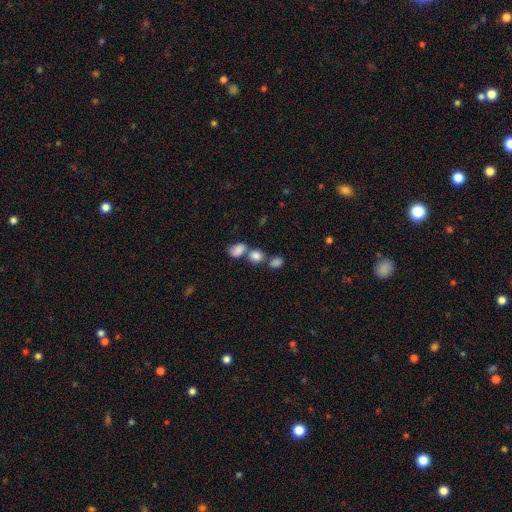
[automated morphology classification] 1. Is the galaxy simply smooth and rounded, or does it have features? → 80% smooth, 11% star or artifact, 9% featured or disk.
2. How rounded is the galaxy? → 58% round, 40% in between, 2% cigar-shaped.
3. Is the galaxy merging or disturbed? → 47% merger, 38% none, 10% minor disturbance, 5% major disturbance.